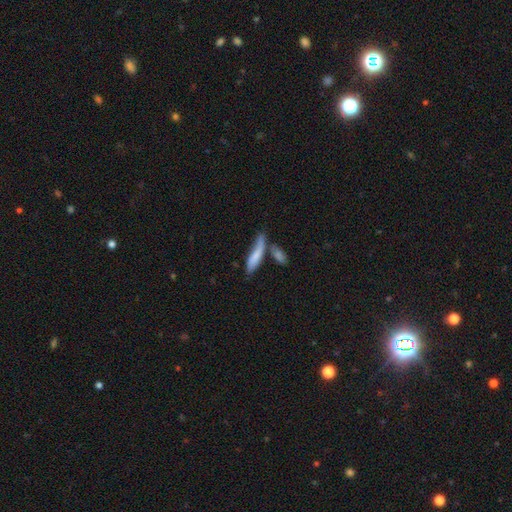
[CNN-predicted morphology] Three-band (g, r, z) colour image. It shows a smooth galaxy with no disk features (71%) that is cigar-shaped (68%). Merging: none (43%).